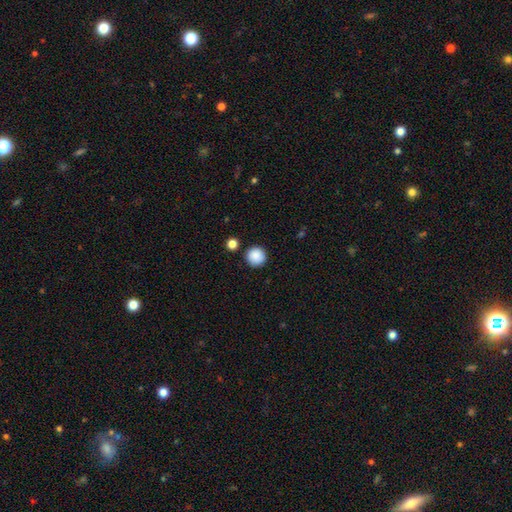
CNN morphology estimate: smooth-or-featured: smooth: 88% | star or artifact: 9% | featured or disk: 3%
  how-rounded: round: 96% | in between: 3% | cigar-shaped: 1%
  merging: none: 89% | minor disturbance: 6% | merger: 3% | major disturbance: 2%